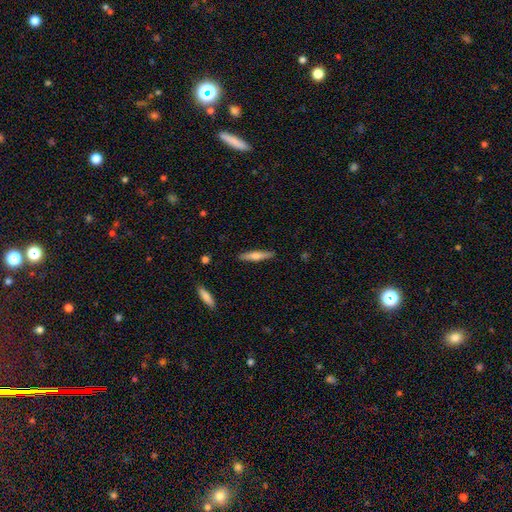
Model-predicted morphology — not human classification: Smooth or featured: smooth — 58% (featured or disk — 36%)
How rounded: cigar-shaped — 88% (in between — 11%)
Merging: none — 90% (minor disturbance — 8%)